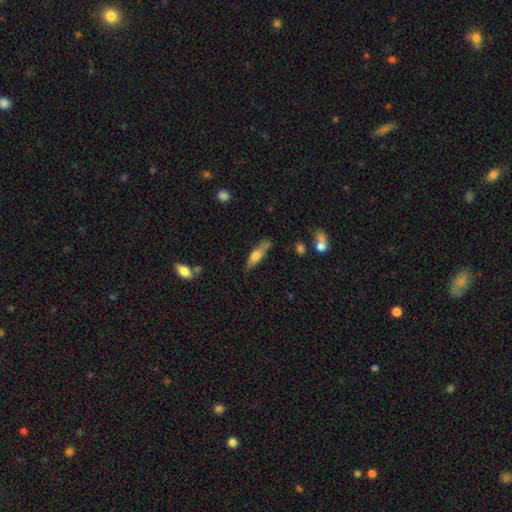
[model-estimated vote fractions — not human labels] A smooth galaxy with no disk features (58%) that is cigar-shaped (61%).

Vote fractions:
- Smooth or featured? smooth: 58% / featured or disk: 35% / star or artifact: 7%
- How rounded? cigar-shaped: 61% / in between: 37% / round: 2%
- Merging? none: 66% / minor disturbance: 23% / major disturbance: 6% / merger: 5%